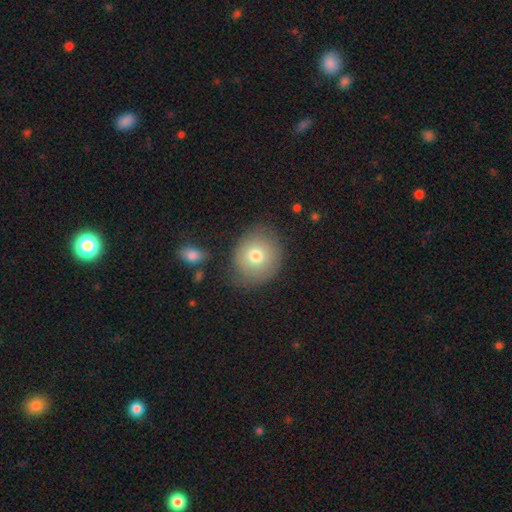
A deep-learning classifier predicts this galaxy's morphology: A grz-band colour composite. It shows a smooth galaxy with no disk features (75%) that is round (71%). Merging: none (75%).